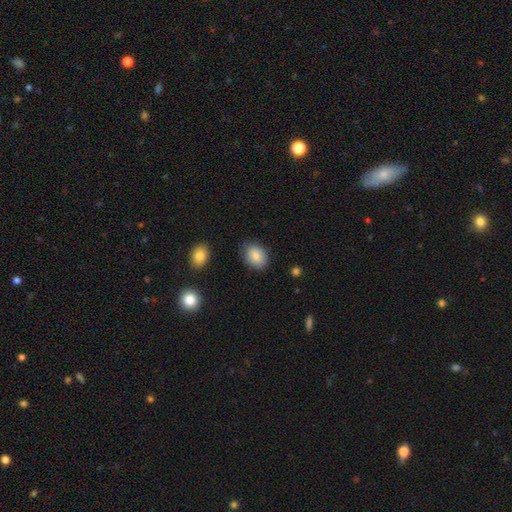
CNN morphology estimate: Smooth or featured?
  - smooth: 85% *
  - featured or disk: 8%
  - star or artifact: 8%
How rounded?
  - in between: 73% *
  - round: 26%
  - cigar-shaped: 1%
Merging?
  - none: 79% *
  - minor disturbance: 15%
  - major disturbance: 3%
  - merger: 2%